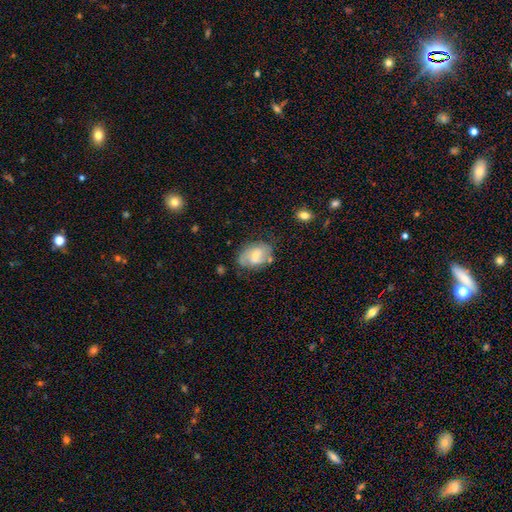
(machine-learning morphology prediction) This is possibly a featured or disk galaxy (50%). It is clearly not viewed edge-on (96%). Merging: possibly none (59%).